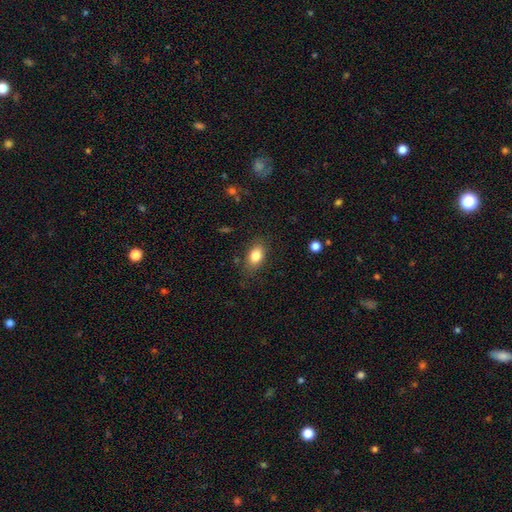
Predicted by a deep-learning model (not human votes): Smooth or featured? Predicted: smooth (p=0.83). How rounded? Predicted: in between (p=0.83). Merging? Predicted: none (p=0.79).